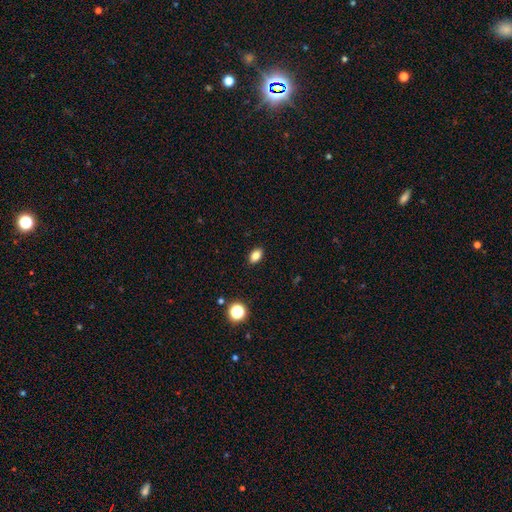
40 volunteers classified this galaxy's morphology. A smooth galaxy with no disk features (85%) that is in between round and cigar-shaped (88%).

Vote fractions:
- Smooth or featured? smooth: 85% / star or artifact: 10% / featured or disk: 5%
- How rounded? in between: 88% / round: 9% / cigar-shaped: 3%
- Merging? none: 81% / minor disturbance: 17% / merger: 3% / major disturbance: 0%